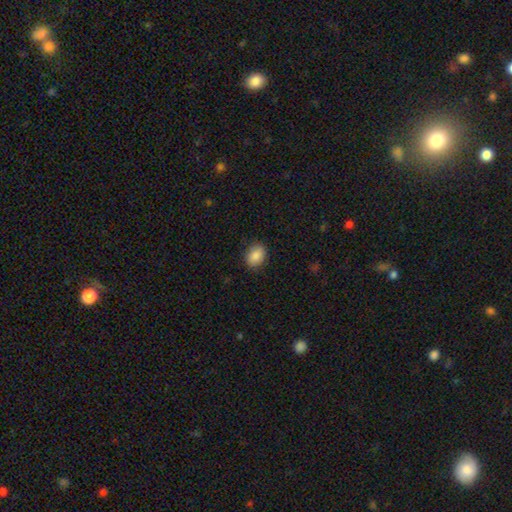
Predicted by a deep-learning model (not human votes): Morphology: type=smooth (88%); roundness=in between (68%); merging=none (87%).